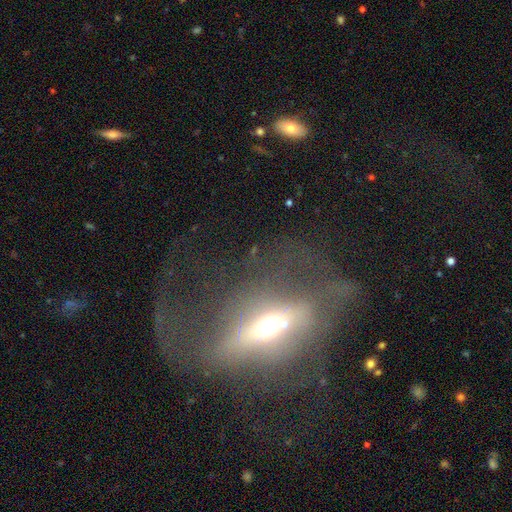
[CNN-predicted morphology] This appears to be a featured or disk galaxy (69%). Merging: major disturbance (54%).